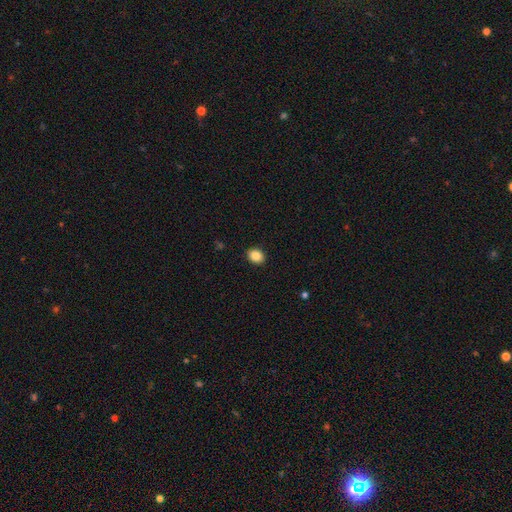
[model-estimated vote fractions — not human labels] The model was most divided on "how rounded": in between: 57%, round: 42%, cigar-shaped: 1%. More confident: merging — none (91%); smooth or featured — smooth (86%).